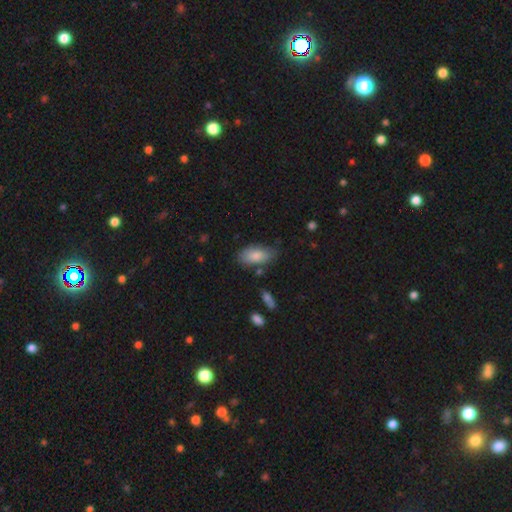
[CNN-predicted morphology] Smooth or featured: smooth — 83% (featured or disk — 11%)
How rounded: in between — 92% (cigar-shaped — 6%)
Merging: none — 68% (minor disturbance — 23%)